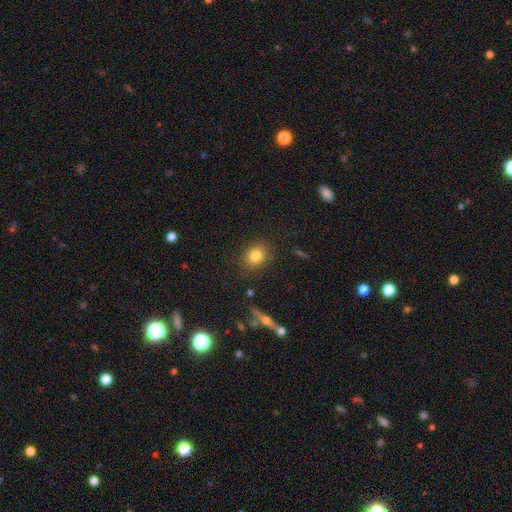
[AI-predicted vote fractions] Smooth or featured?
  - smooth: 80% *
  - star or artifact: 11%
  - featured or disk: 9%
How rounded?
  - round: 70% *
  - in between: 29%
  - cigar-shaped: 2%
Merging?
  - none: 84% *
  - minor disturbance: 11%
  - major disturbance: 3%
  - merger: 2%